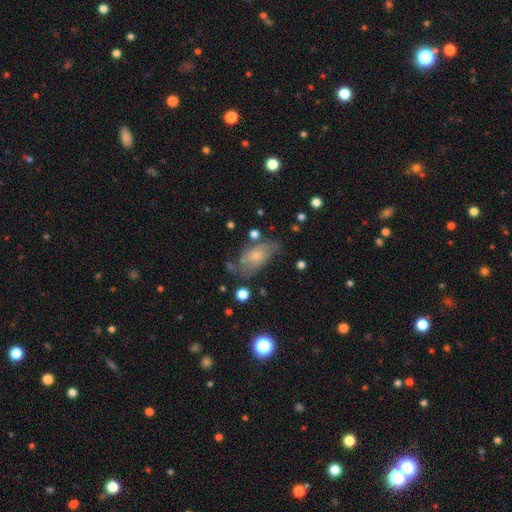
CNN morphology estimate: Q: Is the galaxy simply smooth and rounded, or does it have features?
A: featured or disk — 61%.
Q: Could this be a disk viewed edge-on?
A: no — 94%.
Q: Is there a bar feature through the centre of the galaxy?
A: no — 67%.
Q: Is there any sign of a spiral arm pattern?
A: yes — 83%.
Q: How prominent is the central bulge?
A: small — 62%.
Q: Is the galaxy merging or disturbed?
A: none — 54%.